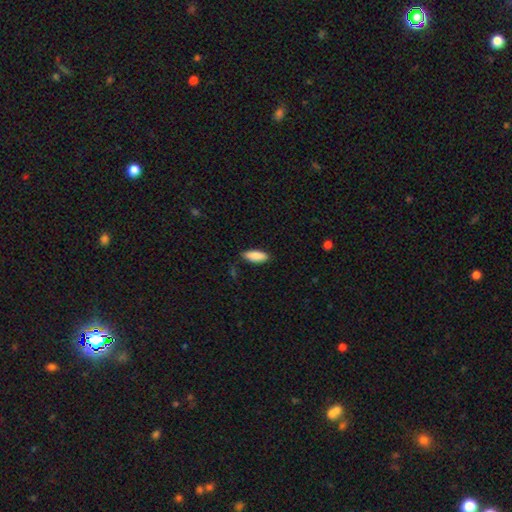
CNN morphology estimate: This is clearly a smooth galaxy (88%). How rounded: likely in between (73%). Merging: clearly none (85%).